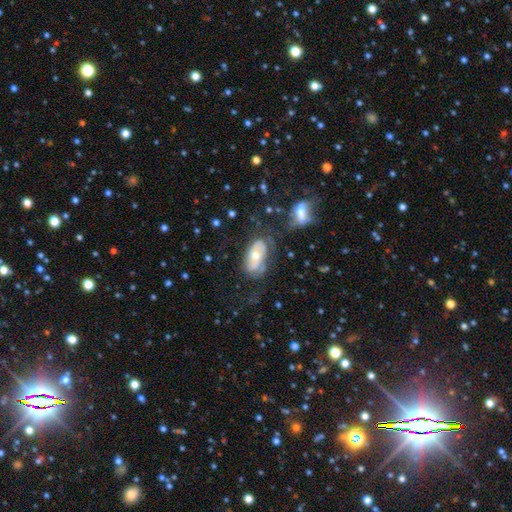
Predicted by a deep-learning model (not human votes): smooth_or_featured: featured or disk (p=0.54) [alt: smooth p=0.36]
disk_edge_on: no (p=0.90) [alt: yes p=0.10]
merging: none (p=0.44) [alt: minor disturbance p=0.23]